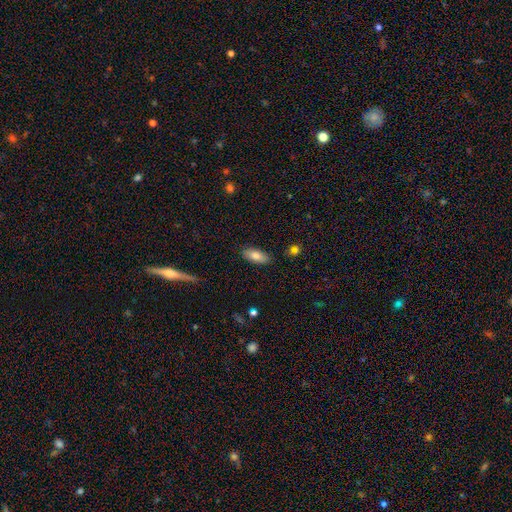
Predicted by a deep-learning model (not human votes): Morphology: type=smooth (79%); roundness=in between (84%); merging=none (86%).